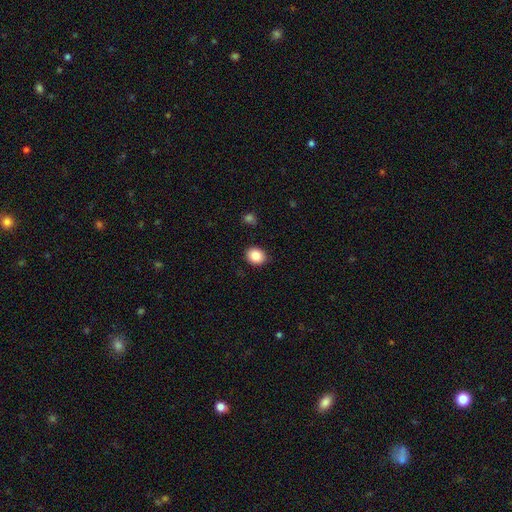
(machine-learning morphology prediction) A smooth galaxy with no disk features (86%) that is round (57%). Merging: none (88%).